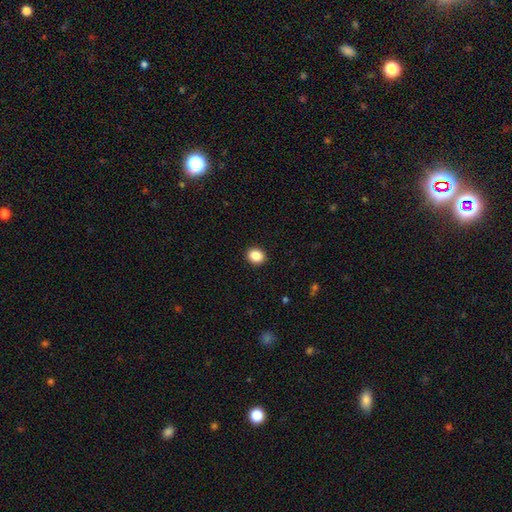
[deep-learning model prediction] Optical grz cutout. It shows a smooth galaxy with no disk features (87%) that is round (66%). Merging: none (92%).